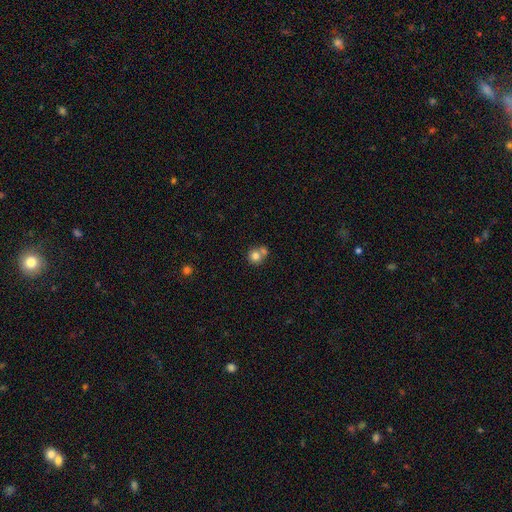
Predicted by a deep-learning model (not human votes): A smooth galaxy with no disk features (79%) that is round (88%). Merging: none (45%).